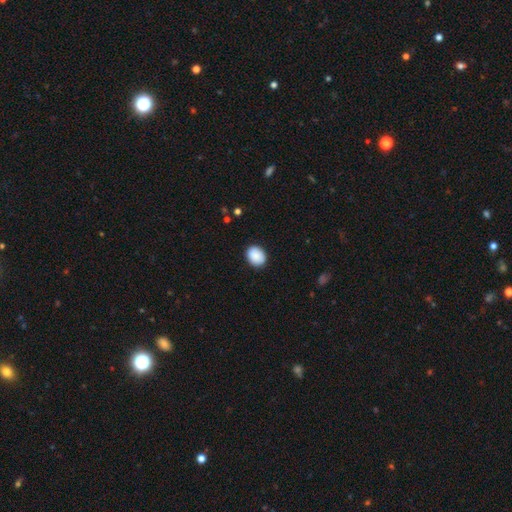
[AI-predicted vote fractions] A smooth galaxy with no disk features (90%) that is in between round and cigar-shaped (56%).

Vote fractions:
- Smooth or featured? smooth: 90% / star or artifact: 7% / featured or disk: 3%
- How rounded? in between: 56% / round: 43% / cigar-shaped: 1%
- Merging? none: 89% / minor disturbance: 8% / major disturbance: 2% / merger: 1%